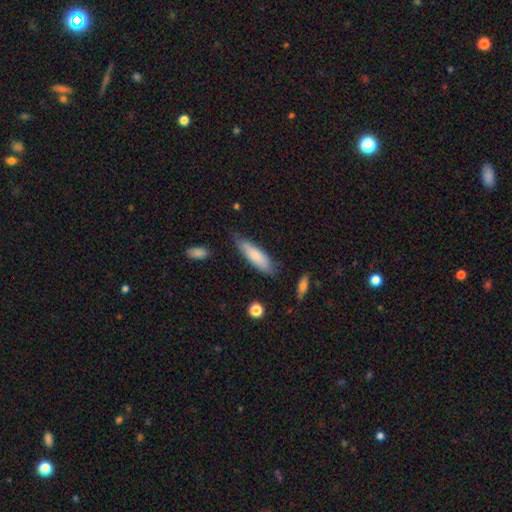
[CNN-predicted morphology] Overall: smooth (77%). How rounded: cigar-shaped (62%; in between 36%). Merging: none (71%).